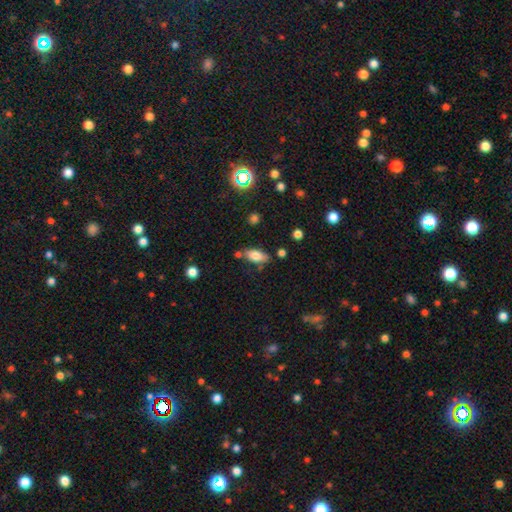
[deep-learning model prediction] smooth_or_featured: smooth (p=0.74) [alt: featured or disk p=0.17]
how_rounded: in between (p=0.83) [alt: cigar-shaped p=0.14]
merging: none (p=0.73) [alt: minor disturbance p=0.15]